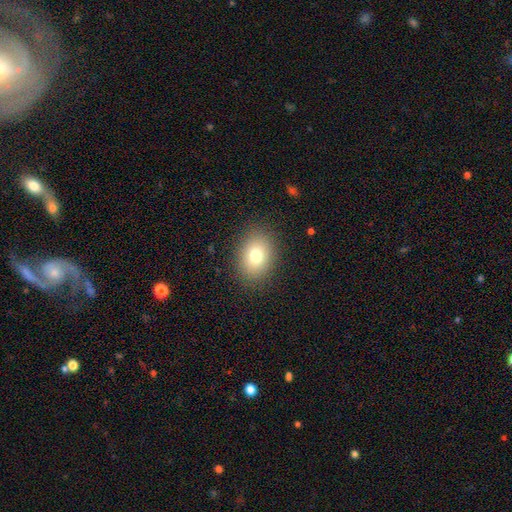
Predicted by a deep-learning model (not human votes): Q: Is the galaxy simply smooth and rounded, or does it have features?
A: smooth — 77%.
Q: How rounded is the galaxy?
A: in between — 66%.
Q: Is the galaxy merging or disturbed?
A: none — 87%.